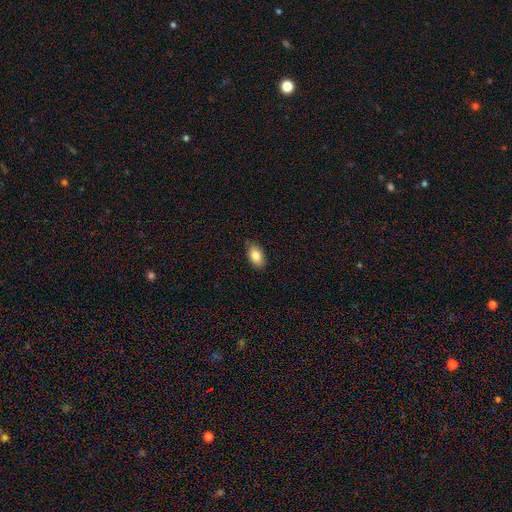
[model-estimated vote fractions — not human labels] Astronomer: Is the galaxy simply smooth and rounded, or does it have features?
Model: smooth — 83%.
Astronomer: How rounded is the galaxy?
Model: in between — 90%.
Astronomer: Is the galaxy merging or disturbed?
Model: none — 84%.